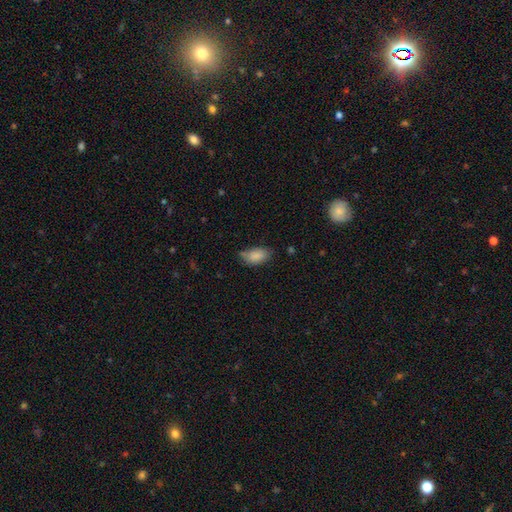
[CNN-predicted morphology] Smooth or featured? smooth (86%)
How rounded? in between (92%)
Merging? none (60%)